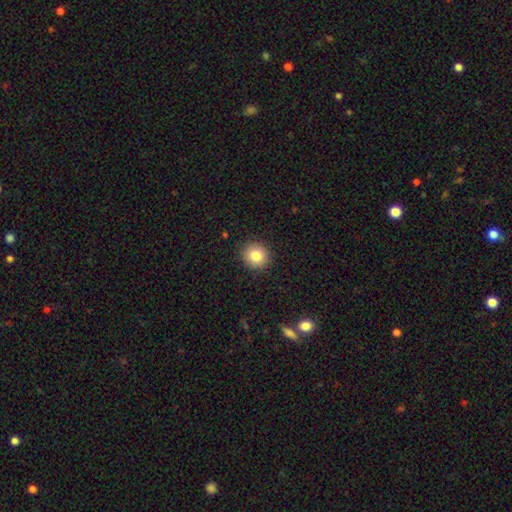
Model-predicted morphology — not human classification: smooth-or-featured: smooth: 82% | star or artifact: 10% | featured or disk: 8%
  how-rounded: round: 90% | in between: 9% | cigar-shaped: 1%
  merging: none: 91% | minor disturbance: 6% | major disturbance: 2% | merger: 1%